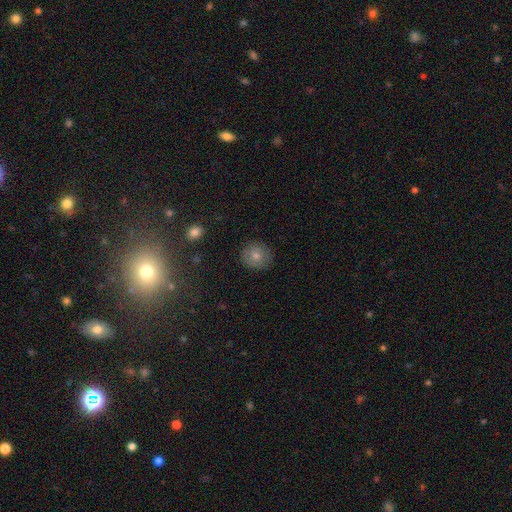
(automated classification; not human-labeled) Smooth or featured: smooth — 74% (featured or disk — 16%)
How rounded: round — 89% (in between — 10%)
Merging: none — 87% (minor disturbance — 10%)